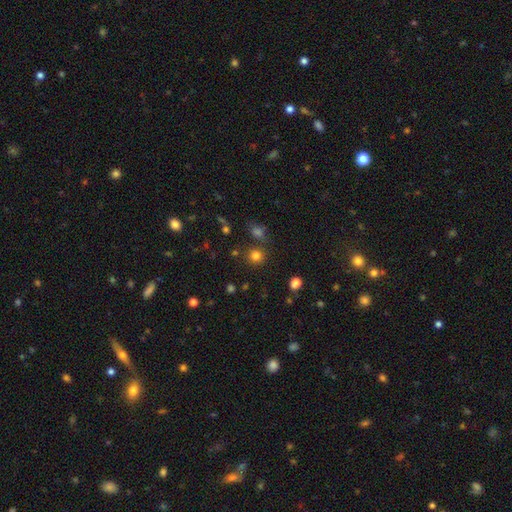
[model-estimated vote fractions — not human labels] This appears to be a smooth galaxy with no disk features (78%) that is round (89%). Merging: none (81%).